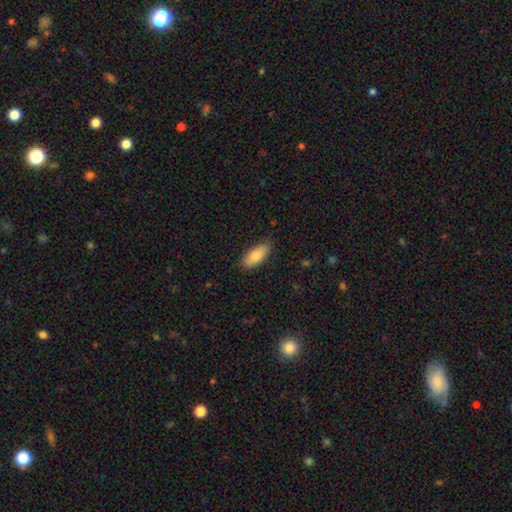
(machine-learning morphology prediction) A smooth galaxy with no disk features (80%) that is in between round and cigar-shaped (80%). Merging: none (81%).